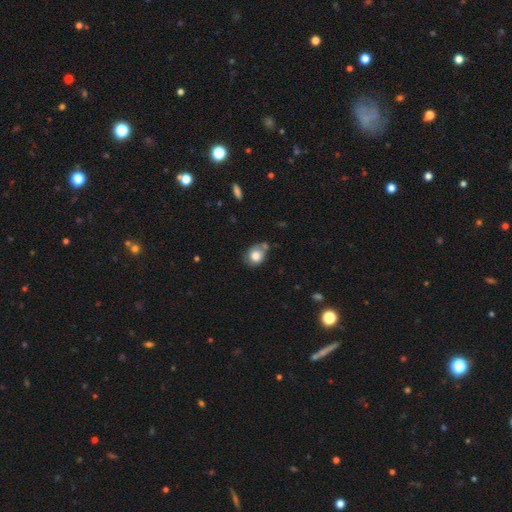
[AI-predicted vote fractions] A smooth galaxy with no disk features (79%) that is round (64%). Merging: none (51%).